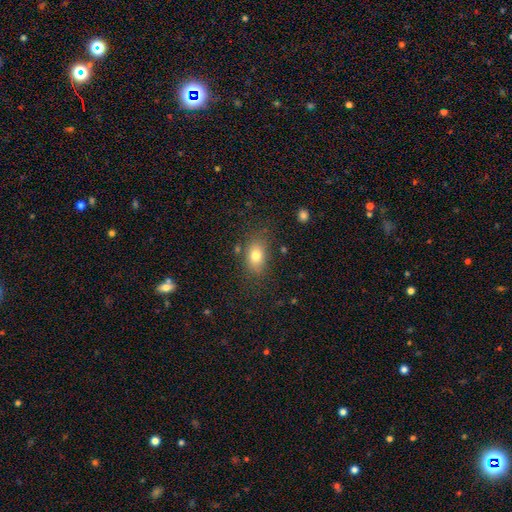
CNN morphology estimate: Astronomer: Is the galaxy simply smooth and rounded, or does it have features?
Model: smooth — 78%.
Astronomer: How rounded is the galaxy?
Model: in between — 78%.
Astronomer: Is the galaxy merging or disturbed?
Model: none — 76%.